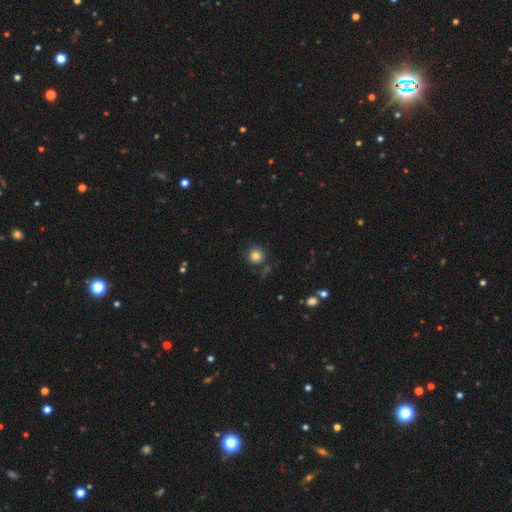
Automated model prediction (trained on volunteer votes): Smooth or featured? smooth (83%)
How rounded? round (94%)
Merging? none (82%)